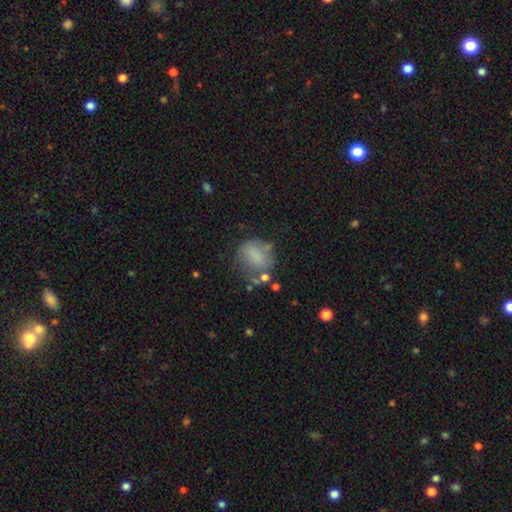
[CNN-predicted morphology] A smooth galaxy with no disk features (70%) that is round (51%). Merging: none (47%).